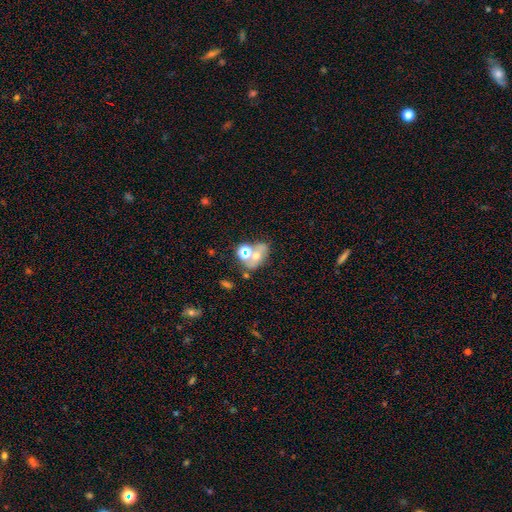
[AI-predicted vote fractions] smooth-or-featured: smooth: 46% | featured or disk: 33% | star or artifact: 21%
  merging: none: 43% | merger: 35% | minor disturbance: 14% | major disturbance: 8%